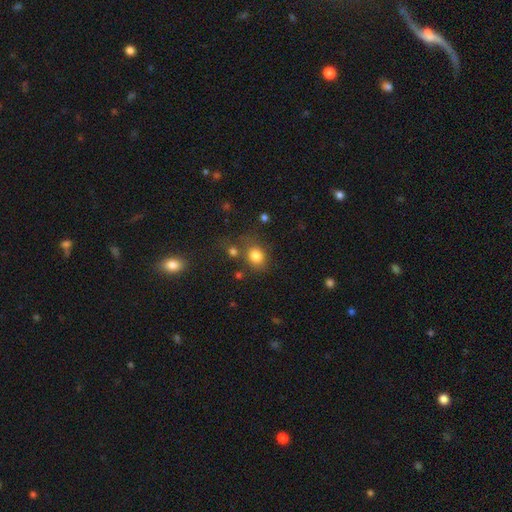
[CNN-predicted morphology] smooth_or_featured: smooth (p=0.81) [alt: star or artifact p=0.12]
how_rounded: round (p=0.59) [alt: in between p=0.40]
merging: none (p=0.65) [alt: minor disturbance p=0.15]